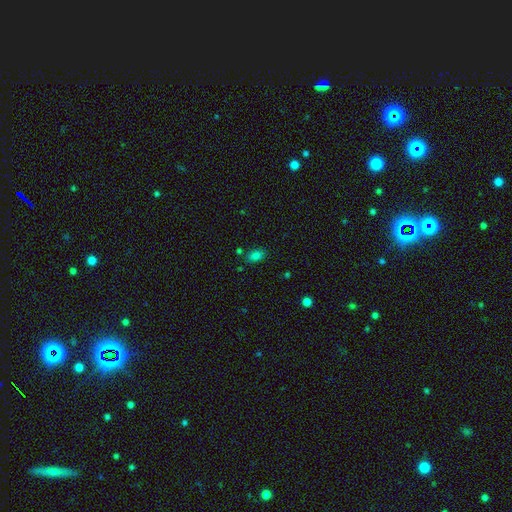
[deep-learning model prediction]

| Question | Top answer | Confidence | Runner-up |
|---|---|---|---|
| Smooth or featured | smooth | 80% | star or artifact (14%) |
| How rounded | in between | 85% | round (12%) |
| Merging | none | 79% | minor disturbance (12%) |